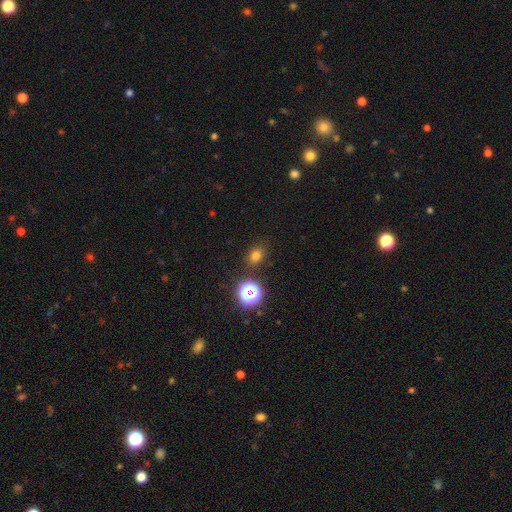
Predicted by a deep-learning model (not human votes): Morphology: type=smooth (73%); roundness=round (60%); merging=none (84%).